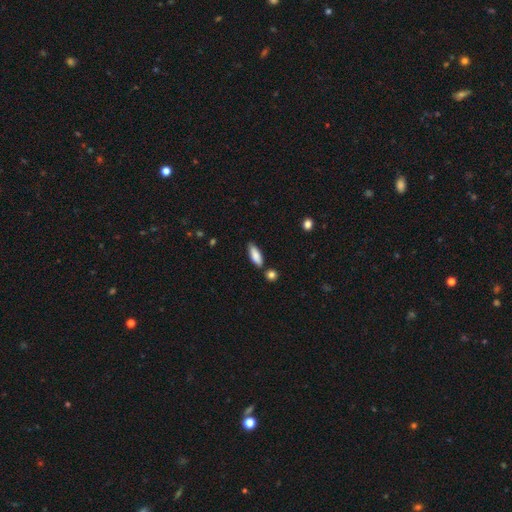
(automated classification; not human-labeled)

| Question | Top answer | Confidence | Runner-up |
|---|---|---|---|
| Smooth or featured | smooth | 84% | featured or disk (9%) |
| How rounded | in between | 64% | cigar-shaped (34%) |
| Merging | none | 75% | minor disturbance (16%) |